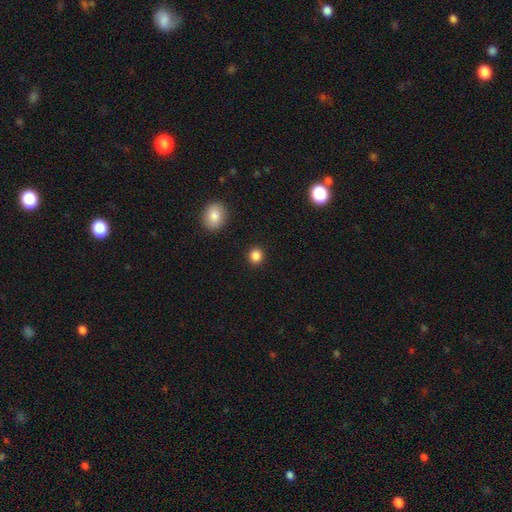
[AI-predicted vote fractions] This appears to be a smooth galaxy with no disk features (86%) that is round (83%). Merging: none (91%).